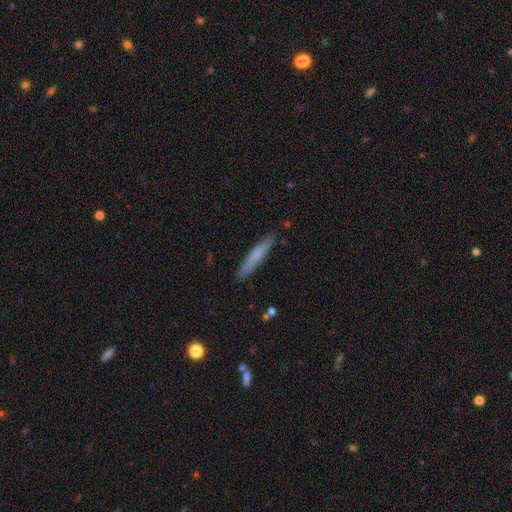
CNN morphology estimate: Smooth or featured? Predicted: smooth (p=0.69). How rounded? Predicted: cigar-shaped (p=0.94). Merging? Predicted: none (p=0.88).